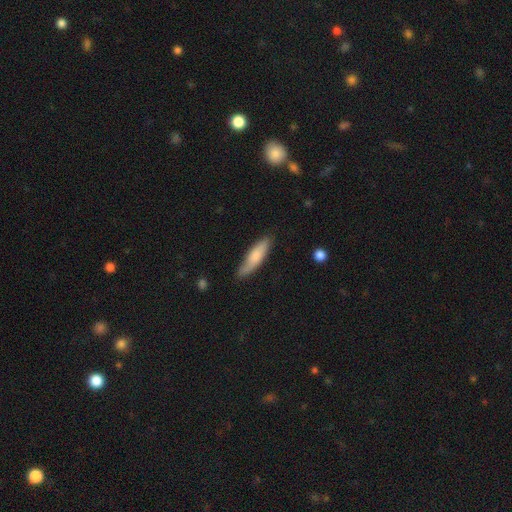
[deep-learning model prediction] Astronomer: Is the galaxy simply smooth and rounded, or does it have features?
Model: smooth — 72%.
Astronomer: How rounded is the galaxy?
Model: cigar-shaped — 66%.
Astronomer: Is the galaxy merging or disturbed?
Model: none — 75%.